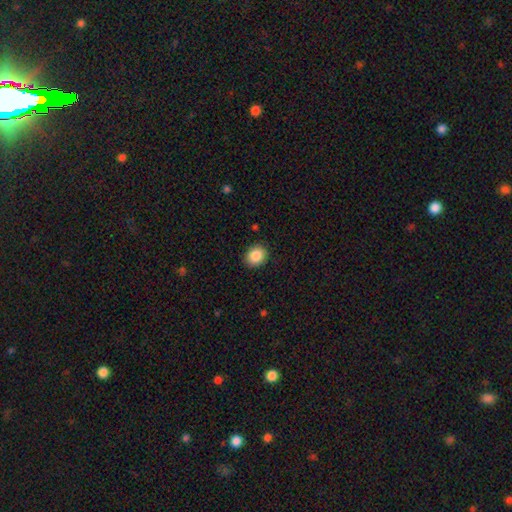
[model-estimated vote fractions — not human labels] smooth 87%, star or artifact 8%, featured or disk 5%. Down the decision tree: how rounded — round (56%); merging — none (89%).